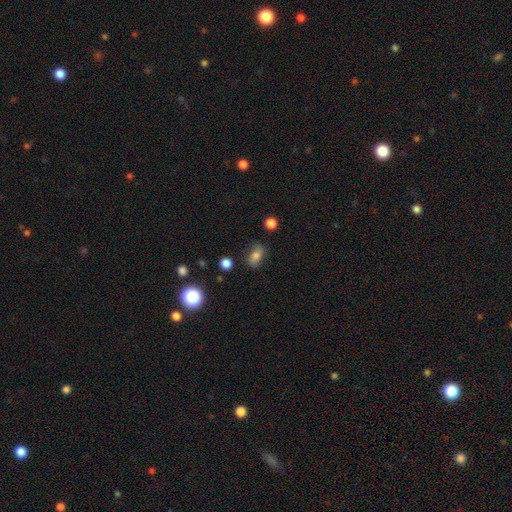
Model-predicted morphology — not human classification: type=smooth (68%); roundness=in between (81%); merging=none (71%).